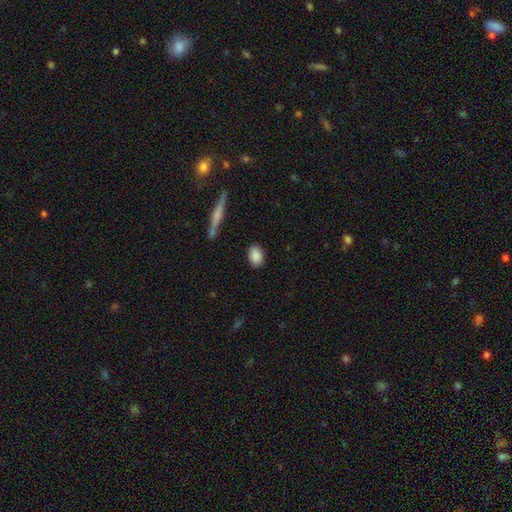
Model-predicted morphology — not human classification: A smooth galaxy with no disk features (88%) that is in between round and cigar-shaped (82%).

Vote fractions:
- Smooth or featured? smooth: 88% / star or artifact: 7% / featured or disk: 5%
- How rounded? in between: 82% / round: 16% / cigar-shaped: 2%
- Merging? none: 86% / minor disturbance: 10% / major disturbance: 2% / merger: 2%